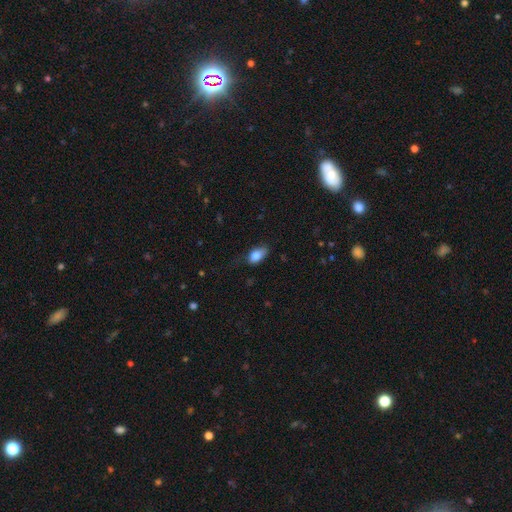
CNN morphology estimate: smooth_or_featured: smooth (p=0.81) [alt: featured or disk p=0.11]
how_rounded: in between (p=0.87) [alt: round p=0.08]
merging: none (p=0.58) [alt: minor disturbance p=0.31]